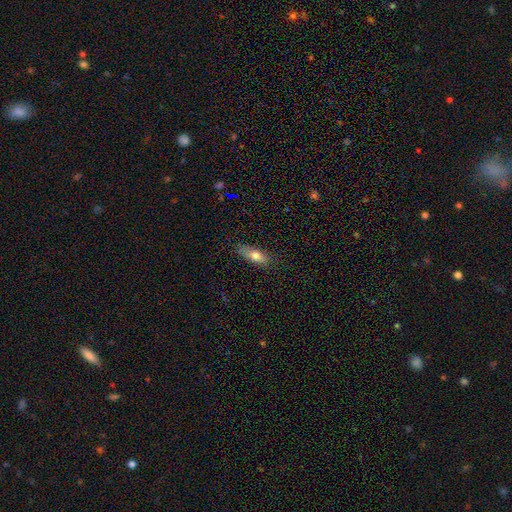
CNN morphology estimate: smooth 72%, featured or disk 20%, star or artifact 8%. Down the decision tree: how rounded — in between (59%); merging — none (78%).